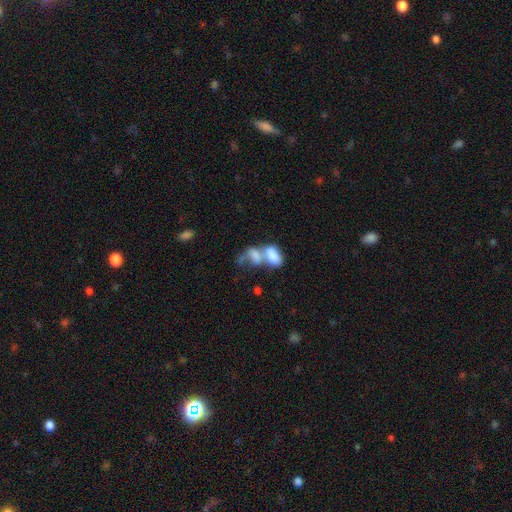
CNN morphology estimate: smooth-or-featured: smooth: 66% | featured or disk: 24% | star or artifact: 10%
  how-rounded: in between: 89% | round: 8% | cigar-shaped: 4%
  merging: merger: 74% | none: 11% | major disturbance: 9% | minor disturbance: 6%